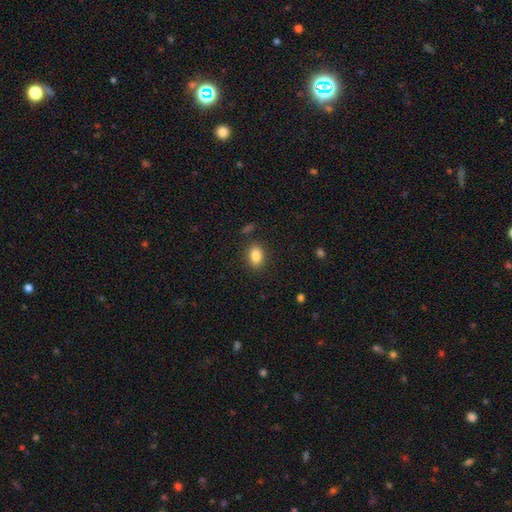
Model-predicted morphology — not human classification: Q: Smooth or featured?
A: smooth (85%); runner-up: star or artifact (9%)
Q: How rounded?
A: in between (76%); runner-up: round (23%)
Q: Merging?
A: none (86%); runner-up: minor disturbance (9%)